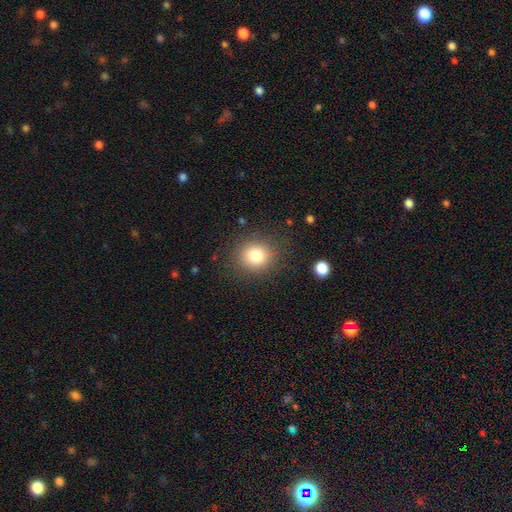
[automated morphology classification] Smooth or featured: smooth — 80% (star or artifact — 12%)
How rounded: round — 85% (in between — 14%)
Merging: none — 87% (minor disturbance — 8%)